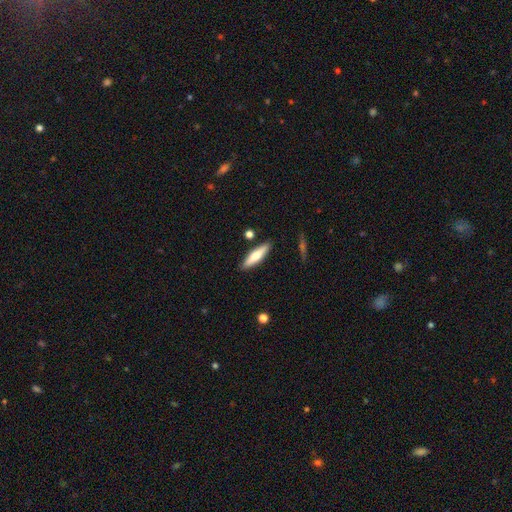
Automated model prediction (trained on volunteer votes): This appears to be a smooth galaxy with no disk features (67%) that is cigar-shaped (69%). Merging: none (87%).